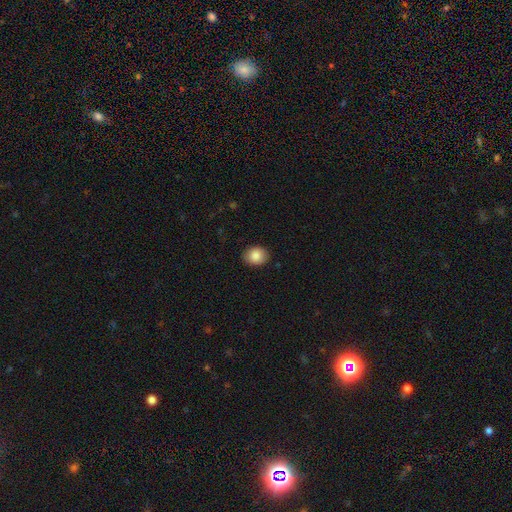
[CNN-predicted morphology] Overall: smooth (87%). How rounded: round (54%; in between 45%). Merging: none (88%).